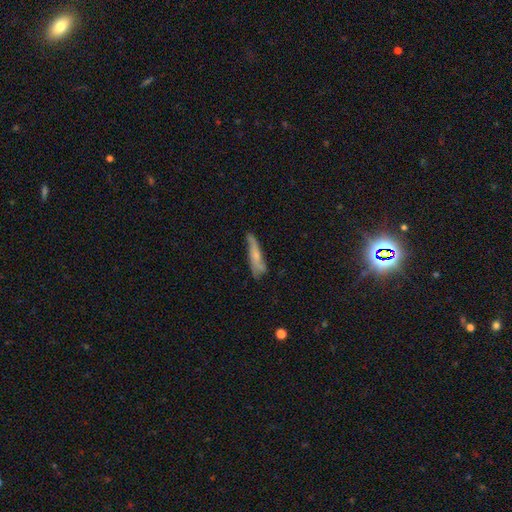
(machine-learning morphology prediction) This appears to be a smooth galaxy with no disk features (52%) that is cigar-shaped (80%). Merging: none (53%).